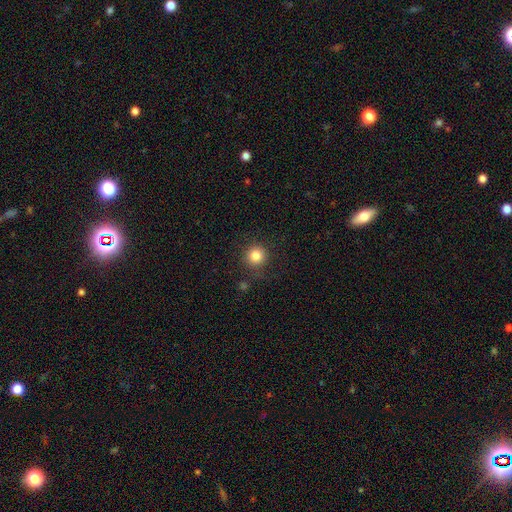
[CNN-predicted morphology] A smooth galaxy with no disk features (83%) that is round (94%). Merging: none (86%).